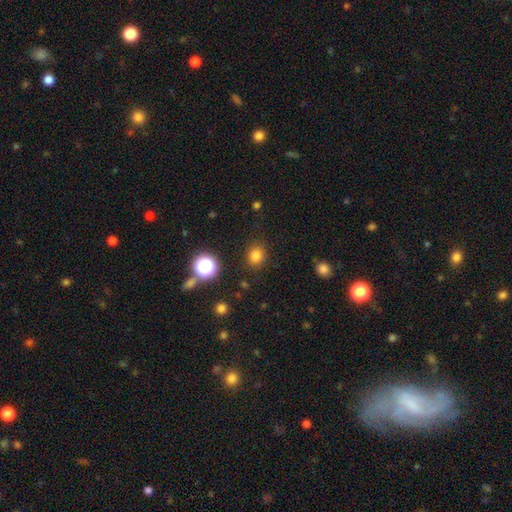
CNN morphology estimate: Smooth or featured? Predicted: smooth (p=0.79). How rounded? Predicted: round (p=0.82). Merging? Predicted: none (p=0.86).